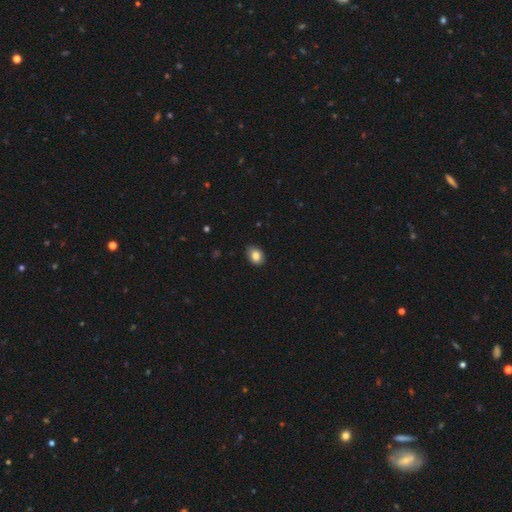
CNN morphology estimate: smooth-or-featured: smooth: 85% | star or artifact: 8% | featured or disk: 7%
  how-rounded: in between: 74% | round: 25% | cigar-shaped: 1%
  merging: none: 86% | minor disturbance: 11% | major disturbance: 2% | merger: 1%